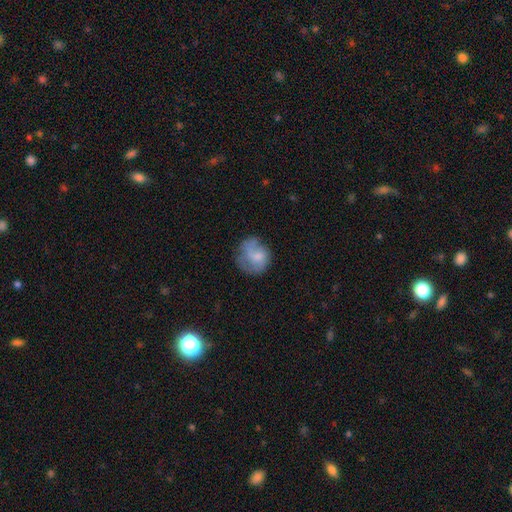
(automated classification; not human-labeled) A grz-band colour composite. It shows a smooth galaxy with no disk features (53%) that is round (72%). Merging: none (52%).